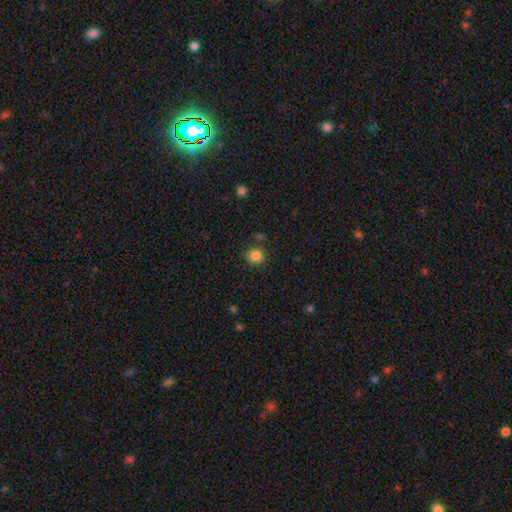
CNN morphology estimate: Overall: smooth (85%). How rounded: round (90%). Merging: none (82%).